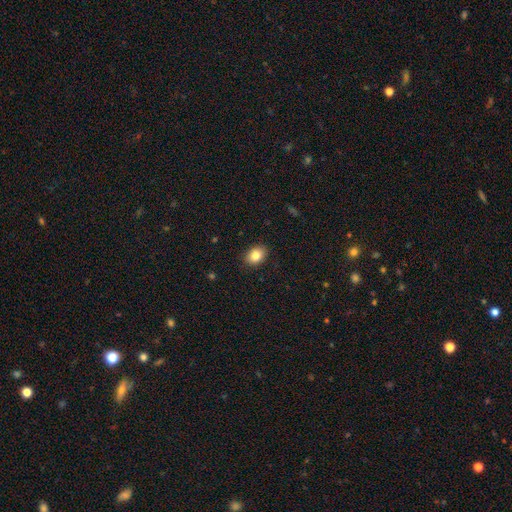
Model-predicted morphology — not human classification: Smooth or featured? smooth (84%)
How rounded? in between (72%)
Merging? none (89%)